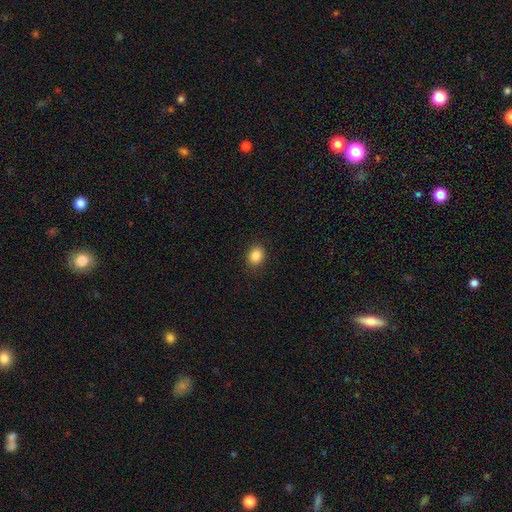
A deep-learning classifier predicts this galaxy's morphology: A smooth galaxy with no disk features (87%) that is in between round and cigar-shaped (52%). Merging: none (89%).